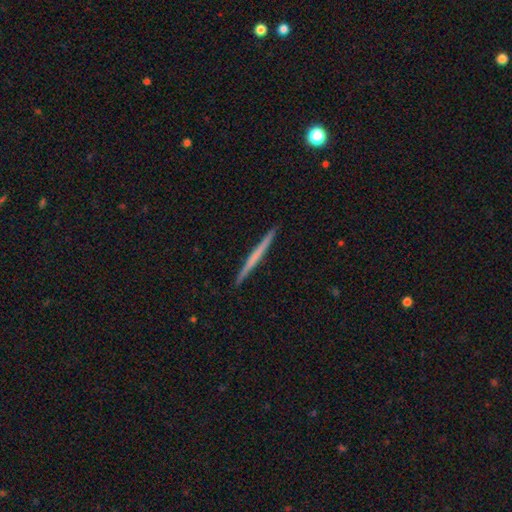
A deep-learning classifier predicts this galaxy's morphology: Smooth or featured? Predicted: featured or disk (p=0.51). Edge-on disk? Predicted: yes (p=0.98). Merging? Predicted: none (p=0.93).